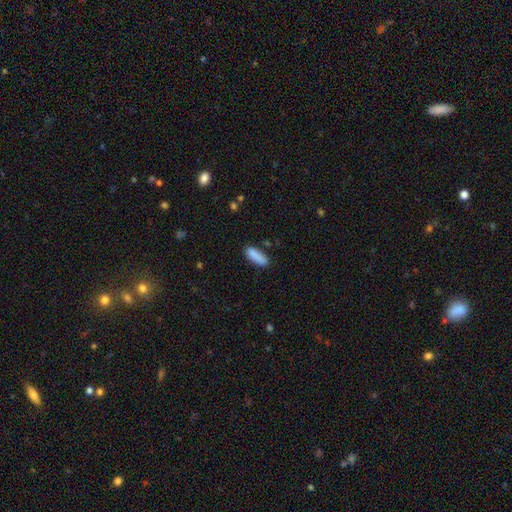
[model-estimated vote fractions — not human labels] Smooth or featured? Predicted: smooth (p=0.89). How rounded? Predicted: in between (p=0.54). Merging? Predicted: none (p=0.83).